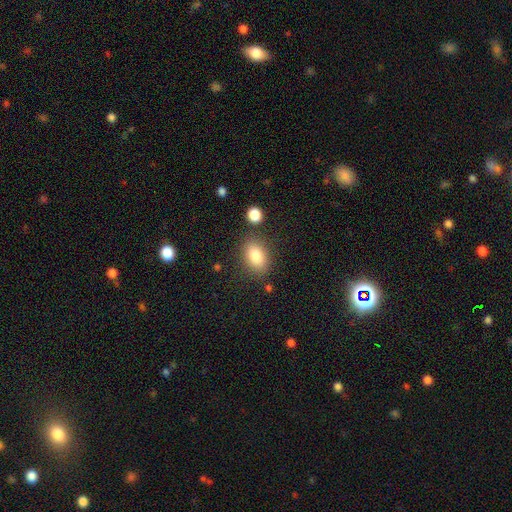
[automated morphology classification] A smooth galaxy with no disk features (83%) that is in between round and cigar-shaped (85%).

Vote fractions:
- Smooth or featured? smooth: 83% / featured or disk: 8% / star or artifact: 8%
- How rounded? in between: 85% / round: 12% / cigar-shaped: 2%
- Merging? none: 79% / minor disturbance: 12% / merger: 5% / major disturbance: 4%